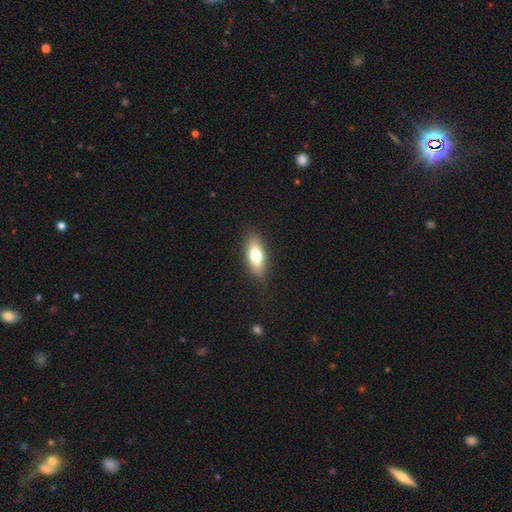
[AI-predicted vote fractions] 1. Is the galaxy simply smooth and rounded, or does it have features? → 71% smooth, 22% featured or disk, 7% star or artifact.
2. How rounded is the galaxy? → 76% in between, 20% cigar-shaped, 4% round.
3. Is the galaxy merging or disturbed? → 86% none, 11% minor disturbance, 3% major disturbance, 1% merger.